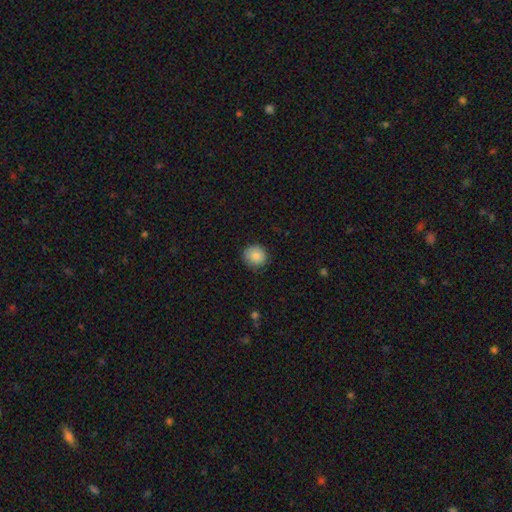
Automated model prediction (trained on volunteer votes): Overall: smooth (85%). How rounded: round (86%). Merging: none (83%).